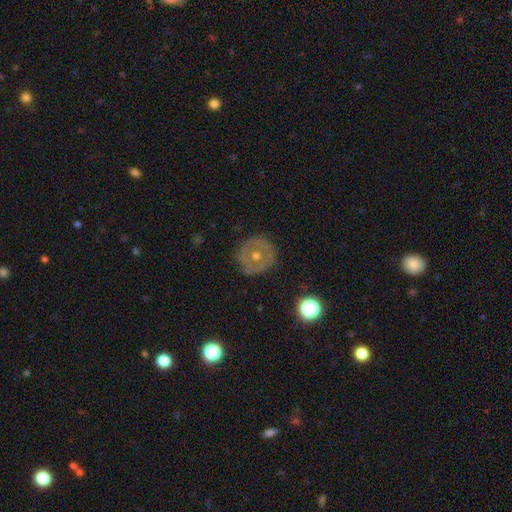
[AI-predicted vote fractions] smooth-or-featured: featured or disk: 56% | smooth: 36% | star or artifact: 9%
  disk-edge-on: no: 95% | yes: 5%
    bar: no: 87% | weak: 9% | strong: 4%
    has-spiral-arms: no: 85% | yes: 15%
    bulge-size: moderate: 62% | small: 34% | large: 2% | none: 1% | dominant: 1%
  merging: none: 85% | minor disturbance: 11% | major disturbance: 3% | merger: 1%